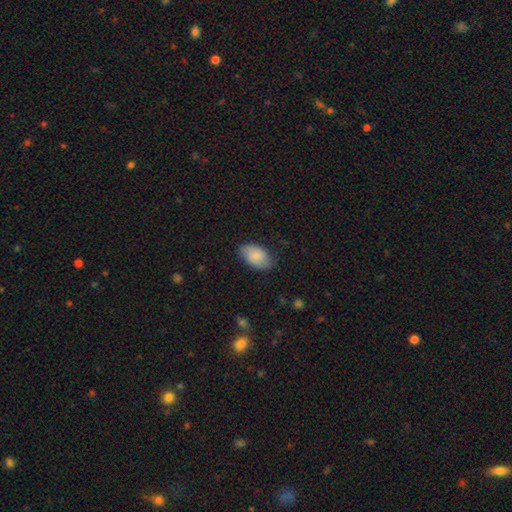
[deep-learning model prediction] Smooth or featured? smooth (74%)
How rounded? in between (93%)
Merging? none (75%)